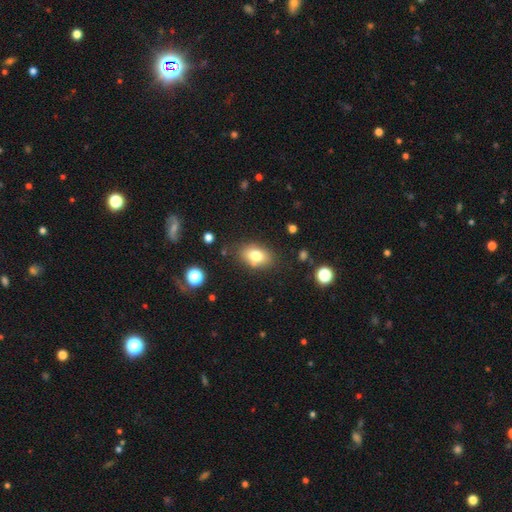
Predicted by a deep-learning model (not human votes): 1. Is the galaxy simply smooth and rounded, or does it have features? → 77% smooth, 13% featured or disk, 10% star or artifact.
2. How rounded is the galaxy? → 83% in between, 16% round, 1% cigar-shaped.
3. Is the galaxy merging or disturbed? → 79% none, 14% minor disturbance, 4% major disturbance, 3% merger.